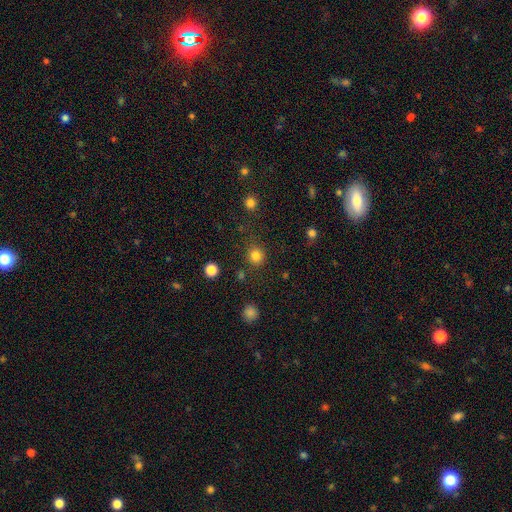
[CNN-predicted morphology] A smooth galaxy with no disk features (82%) that is round (91%).

Vote fractions:
- Smooth or featured? smooth: 82% / star or artifact: 14% / featured or disk: 4%
- How rounded? round: 91% / in between: 8% / cigar-shaped: 1%
- Merging? none: 83% / minor disturbance: 9% / major disturbance: 4% / merger: 4%